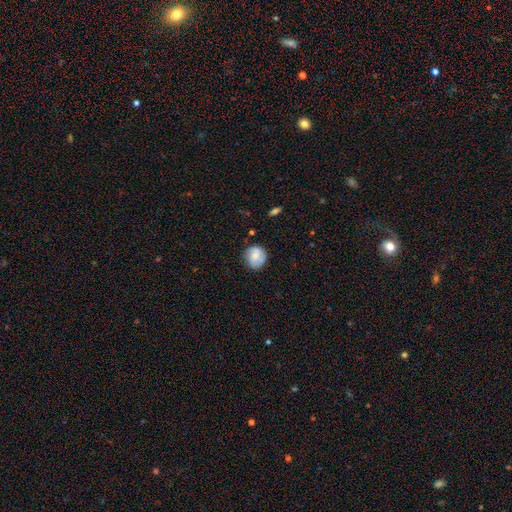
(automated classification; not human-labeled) A smooth galaxy with no disk features (62%) that is round (84%). Merging: none (74%).